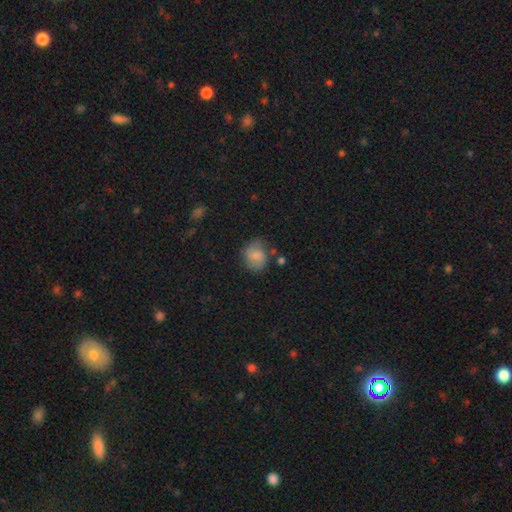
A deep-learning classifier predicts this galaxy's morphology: The model was most divided on "how rounded": round: 69%, in between: 30%, cigar-shaped: 1%. More confident: smooth or featured — smooth (74%); merging — none (64%).